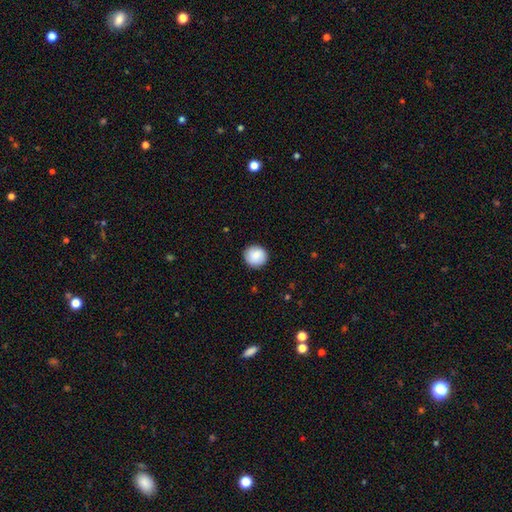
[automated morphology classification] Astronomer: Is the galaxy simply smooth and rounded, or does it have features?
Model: smooth — 88%.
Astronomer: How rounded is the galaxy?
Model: round — 93%.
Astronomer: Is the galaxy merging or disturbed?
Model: none — 91%.